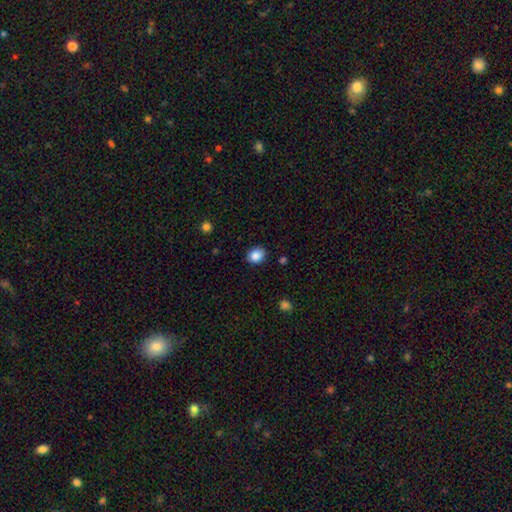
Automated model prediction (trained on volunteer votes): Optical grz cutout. It shows a smooth galaxy with no disk features (87%) that is round (57%). Merging: none (87%).